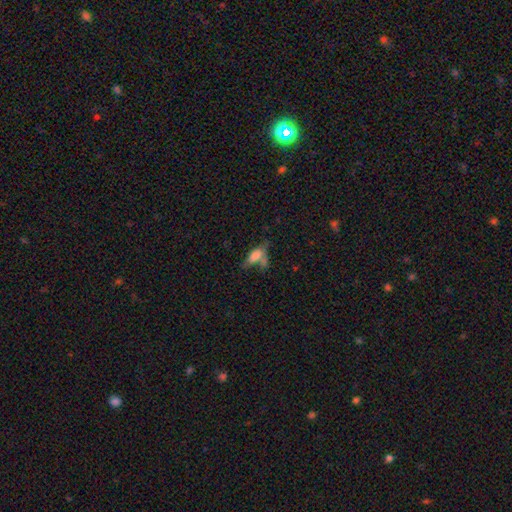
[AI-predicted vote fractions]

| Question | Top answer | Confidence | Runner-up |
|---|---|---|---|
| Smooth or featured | smooth | 67% | featured or disk (22%) |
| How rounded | in between | 72% | cigar-shaped (24%) |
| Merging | none | 34% | merger (30%) |